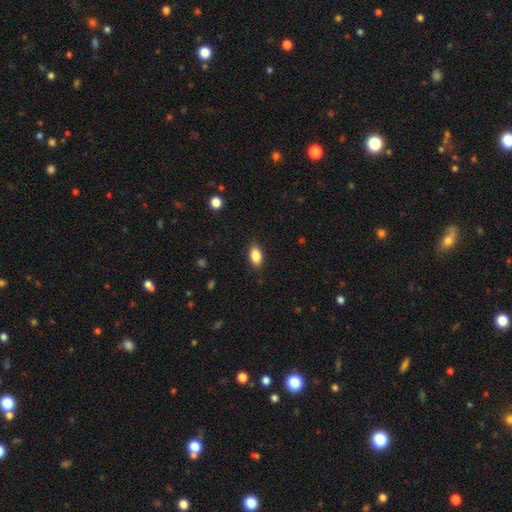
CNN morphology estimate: smooth_or_featured: smooth (p=0.86) [alt: star or artifact p=0.08]
how_rounded: in between (p=0.91) [alt: round p=0.05]
merging: none (p=0.87) [alt: minor disturbance p=0.10]